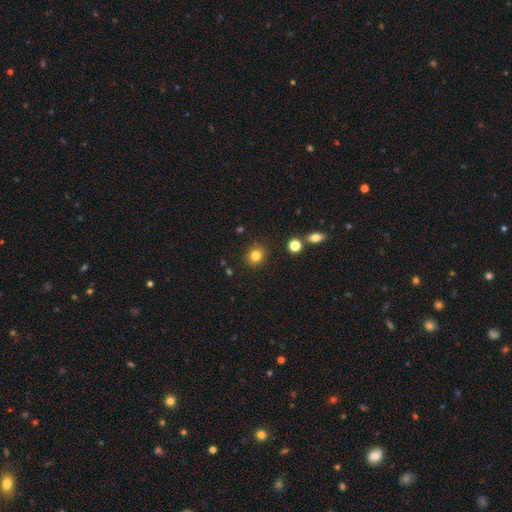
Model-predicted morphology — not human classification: Smooth or featured? Predicted: smooth (p=0.81). How rounded? Predicted: round (p=0.69). Merging? Predicted: none (p=0.87).